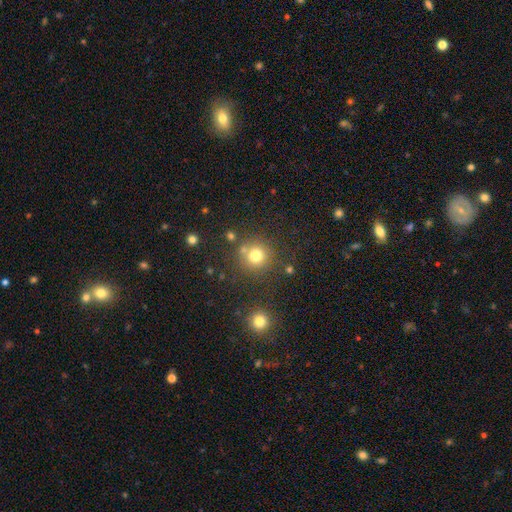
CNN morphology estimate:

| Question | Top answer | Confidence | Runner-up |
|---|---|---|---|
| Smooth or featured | smooth | 77% | star or artifact (15%) |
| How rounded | round | 93% | in between (6%) |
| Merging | none | 79% | minor disturbance (9%) |